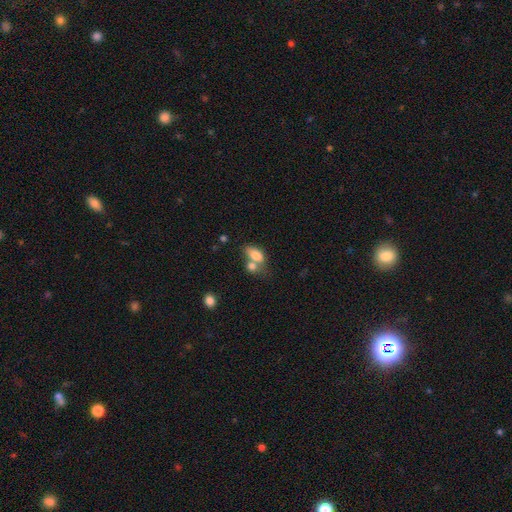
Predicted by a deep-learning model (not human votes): smooth_or_featured: smooth (p=0.77) [alt: featured or disk p=0.15]
how_rounded: in between (p=0.85) [alt: round p=0.10]
merging: merger (p=0.53) [alt: none p=0.29]